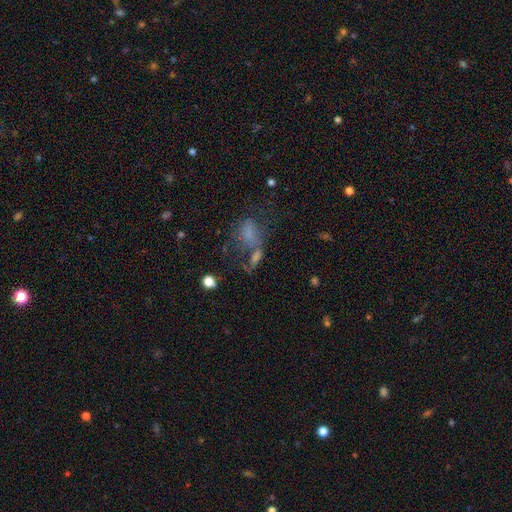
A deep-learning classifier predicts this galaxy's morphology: smooth-or-featured: smooth: 37% | star or artifact: 36% | featured or disk: 28%
  merging: none: 38% | merger: 27% | major disturbance: 20% | minor disturbance: 15%